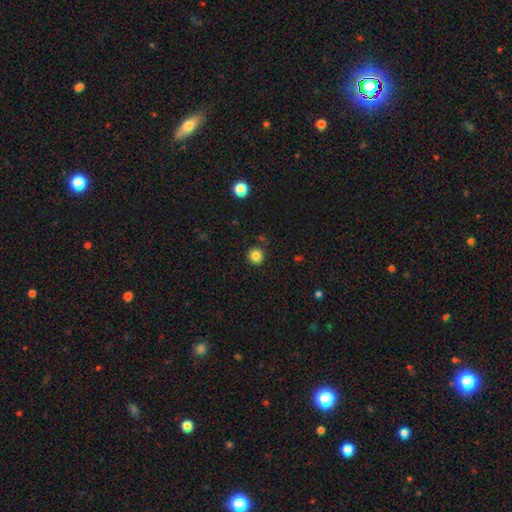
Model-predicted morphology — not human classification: smooth_or_featured: smooth (p=0.84) [alt: star or artifact p=0.12]
how_rounded: round (p=0.95) [alt: in between p=0.04]
merging: none (p=0.89) [alt: minor disturbance p=0.07]